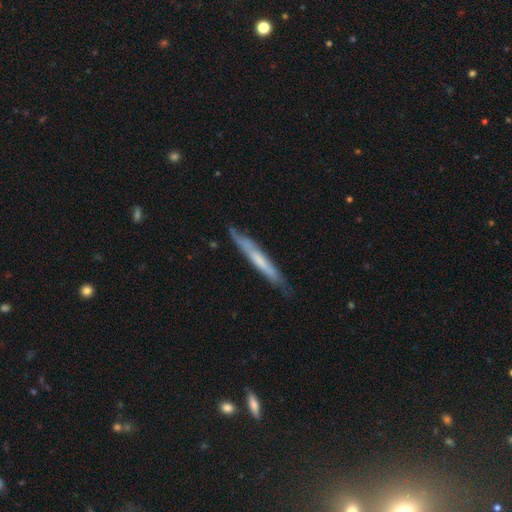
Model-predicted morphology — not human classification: Smooth or featured? Predicted: featured or disk (p=0.55). Edge-on disk? Predicted: yes (p=0.88). Merging? Predicted: none (p=0.82).